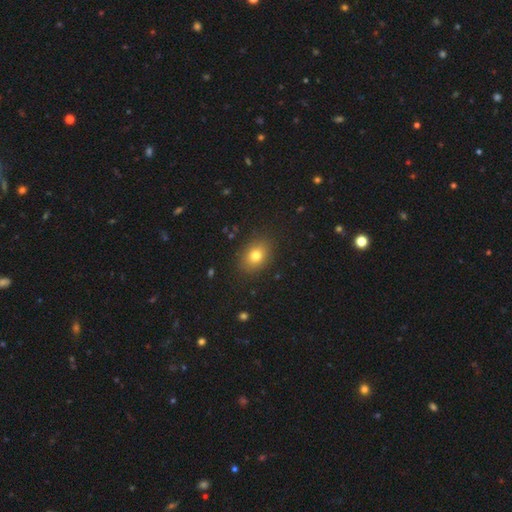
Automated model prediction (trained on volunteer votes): A smooth galaxy with no disk features (78%) that is in between round and cigar-shaped (65%). Merging: none (88%).